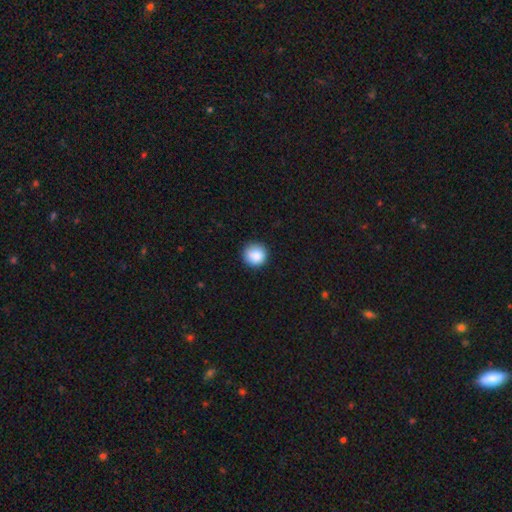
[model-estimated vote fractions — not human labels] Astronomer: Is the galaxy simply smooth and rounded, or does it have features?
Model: smooth — 87%.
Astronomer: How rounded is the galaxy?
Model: round — 94%.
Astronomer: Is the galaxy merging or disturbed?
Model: none — 87%.